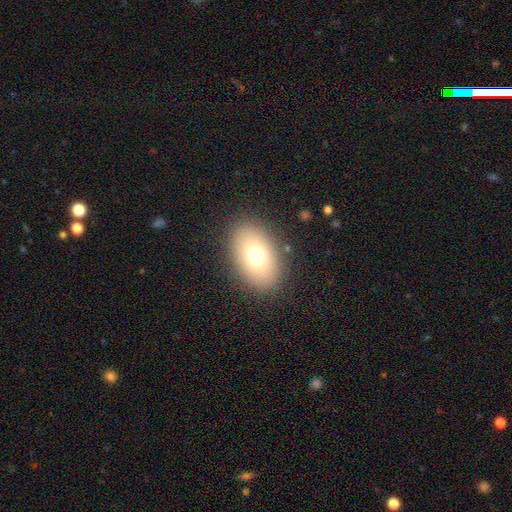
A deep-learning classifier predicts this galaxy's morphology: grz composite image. It shows a smooth galaxy with no disk features (72%) that is in between round and cigar-shaped (86%). Merging: none (87%).